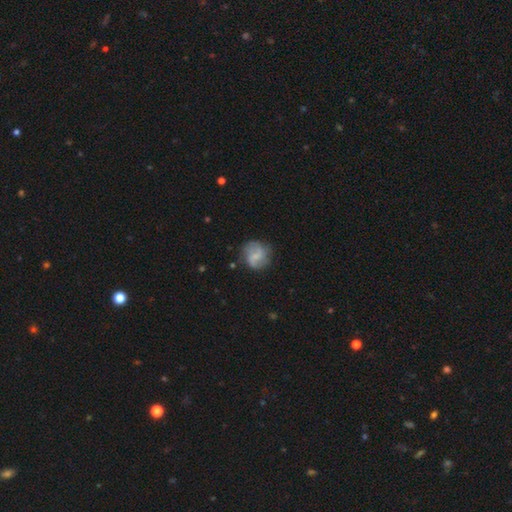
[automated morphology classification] featured or disk 51%, smooth 41%, star or artifact 8%. Down the decision tree: edge-on disk — no (97%); merging — none (69%).